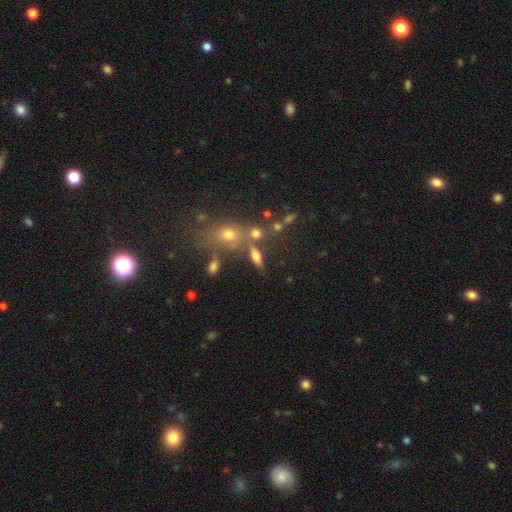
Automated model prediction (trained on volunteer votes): This is likely a smooth galaxy (61%). How rounded: possibly in between (59%). Merging: possibly none (58%).